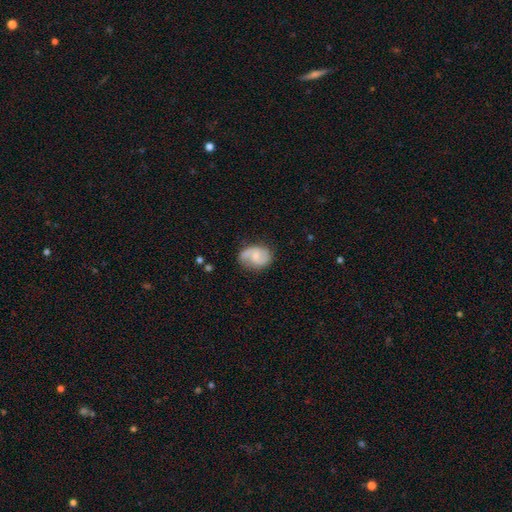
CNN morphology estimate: The model was most divided on "spiral winding": medium: 45%, loose: 33%, tight: 23%. More confident: edge-on disk — no (97%); spiral arms — yes (88%); spiral arm count — 2 (78%); merging — none (64%); smooth or featured — featured or disk (62%); bulge size — small (53%); bar — no (53%).